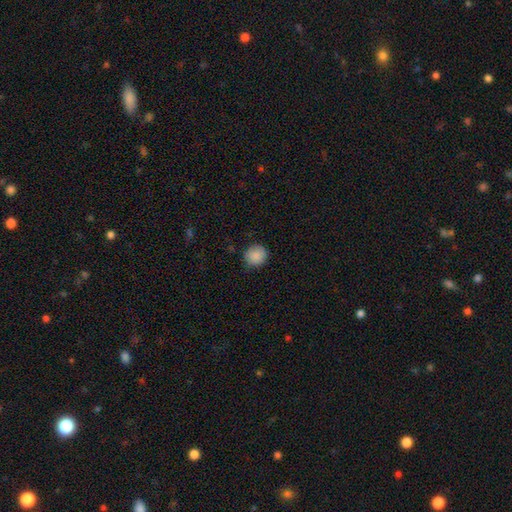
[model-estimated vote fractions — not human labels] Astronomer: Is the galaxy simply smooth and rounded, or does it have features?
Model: smooth — 88%.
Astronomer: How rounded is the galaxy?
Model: round — 85%.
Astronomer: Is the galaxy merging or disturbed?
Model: none — 84%.